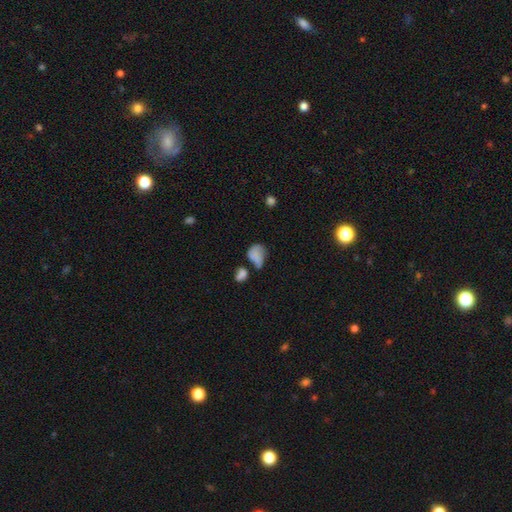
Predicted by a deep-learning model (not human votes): Smooth or featured: smooth — 69% (featured or disk — 19%)
How rounded: in between — 65% (round — 34%)
Merging: none — 26% (tied with merger — 26%)